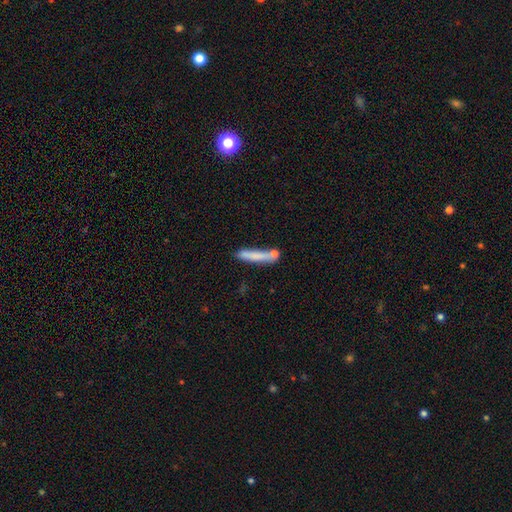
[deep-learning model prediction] The model was most divided on "merging": none: 62%, minor disturbance: 17%, merger: 15%, major disturbance: 6%. More confident: how rounded — cigar-shaped (91%); smooth or featured — smooth (74%).